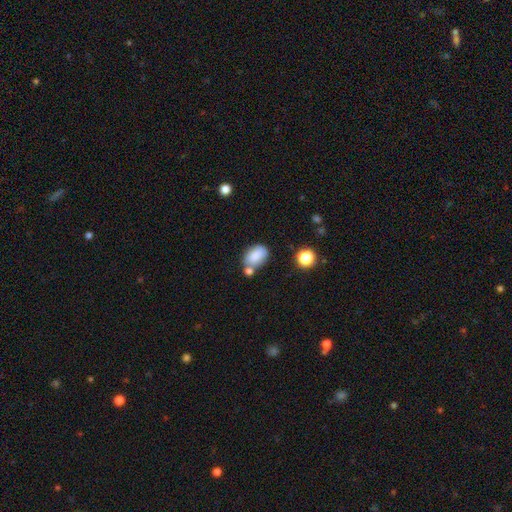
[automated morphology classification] The model was most divided on "merging": none: 52%, merger: 24%, minor disturbance: 18%, major disturbance: 5%. More confident: how rounded — in between (84%); smooth or featured — smooth (81%).